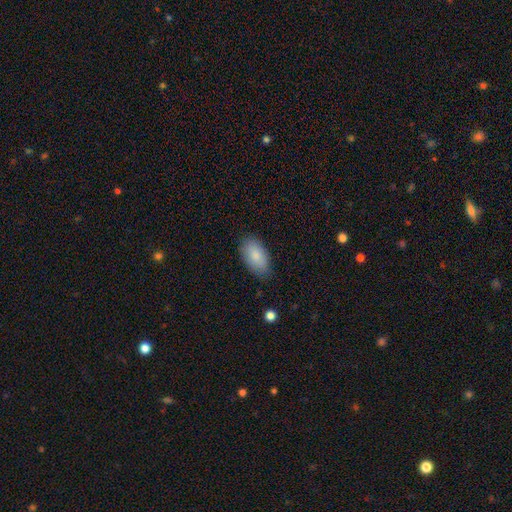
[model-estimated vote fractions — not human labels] smooth_or_featured: smooth (p=0.86) [alt: featured or disk p=0.08]
how_rounded: in between (p=0.94) [alt: round p=0.03]
merging: none (p=0.81) [alt: minor disturbance p=0.15]